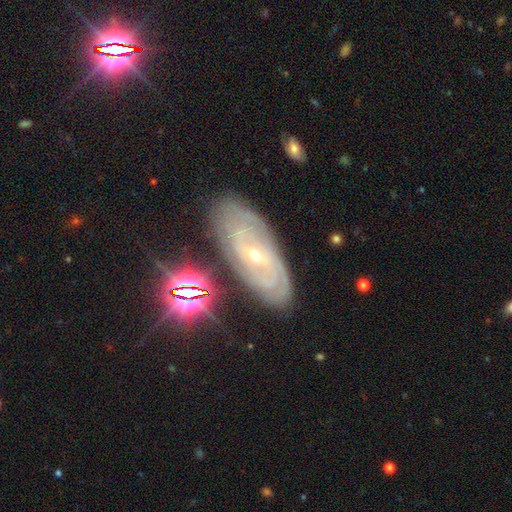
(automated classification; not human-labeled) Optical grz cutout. It shows a featured or disk galaxy (80%) with no bar (46%), tight (76%) spiral arms (92%) and a small central bulge (72%). Merging: none (80%).